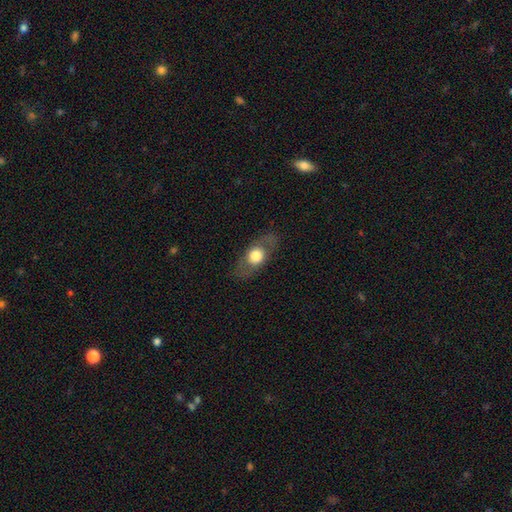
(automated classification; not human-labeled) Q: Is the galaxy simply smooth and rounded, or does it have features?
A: smooth — 51%.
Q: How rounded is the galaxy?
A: in between — 65%.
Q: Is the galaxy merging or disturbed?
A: none — 81%.